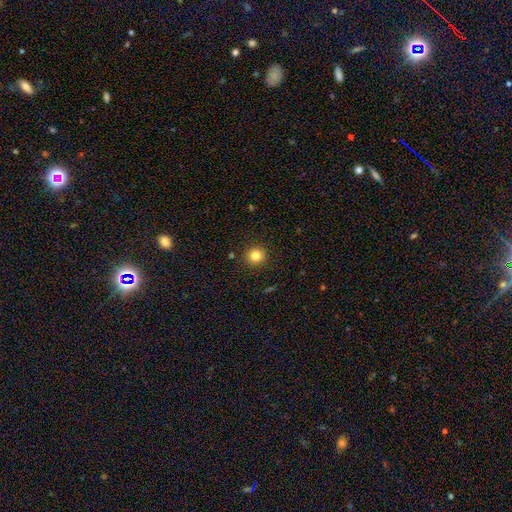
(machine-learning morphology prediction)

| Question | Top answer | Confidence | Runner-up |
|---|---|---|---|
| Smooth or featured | smooth | 82% | star or artifact (12%) |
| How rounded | round | 93% | in between (6%) |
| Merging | none | 91% | minor disturbance (6%) |